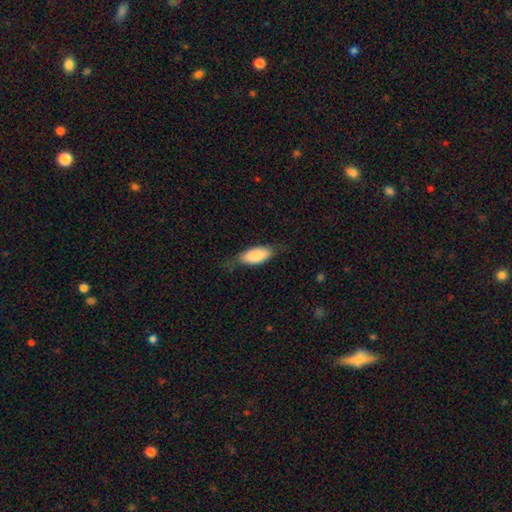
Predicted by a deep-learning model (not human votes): smooth_or_featured: smooth (p=0.83) [alt: featured or disk p=0.11]
how_rounded: in between (p=0.83) [alt: cigar-shaped p=0.15]
merging: none (p=0.68) [alt: minor disturbance p=0.23]